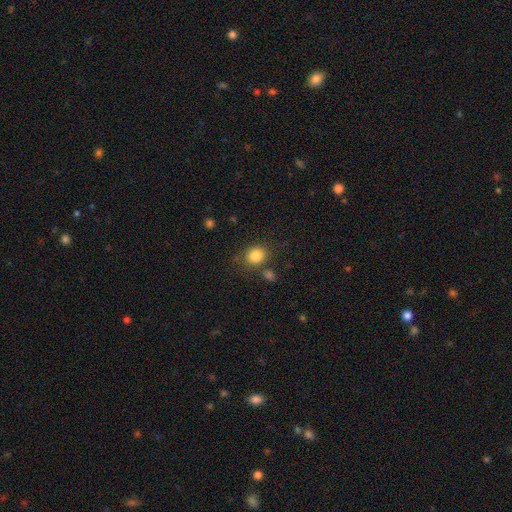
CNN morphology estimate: Smooth or featured? smooth (84%)
How rounded? round (74%)
Merging? none (73%)